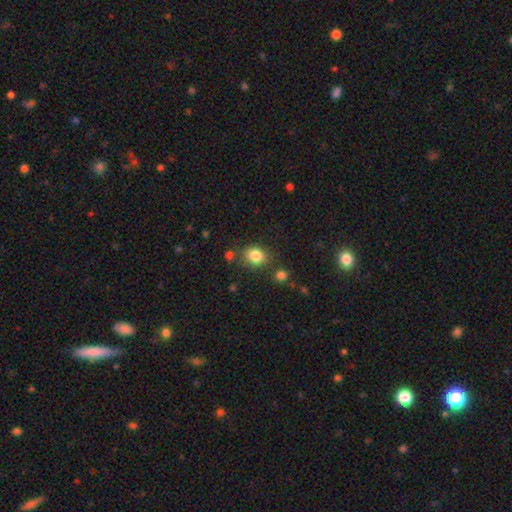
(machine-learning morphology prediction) Smooth or featured?
  - smooth: 84% *
  - star or artifact: 10%
  - featured or disk: 6%
How rounded?
  - round: 57% *
  - in between: 42%
  - cigar-shaped: 1%
Merging?
  - none: 76% *
  - minor disturbance: 13%
  - merger: 7%
  - major disturbance: 4%